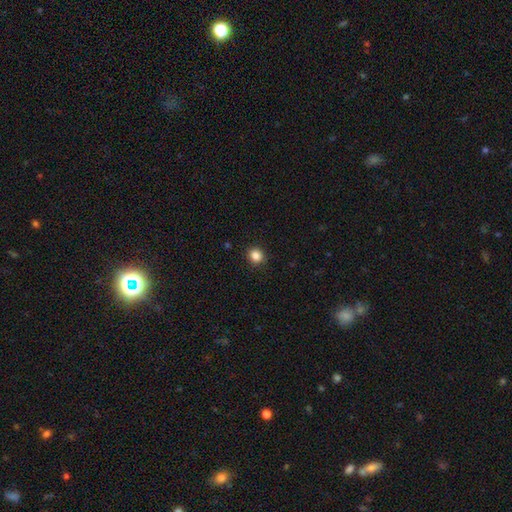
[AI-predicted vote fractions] The model was most divided on "how rounded": round: 83%, in between: 16%, cigar-shaped: 1%. More confident: merging — none (91%); smooth or featured — smooth (85%).